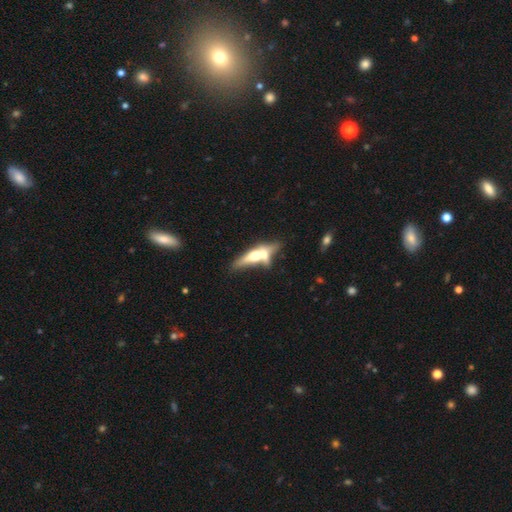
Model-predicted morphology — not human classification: This appears to be a featured or disk galaxy (52%) viewed edge-on (72%). Merging: merger (52%).